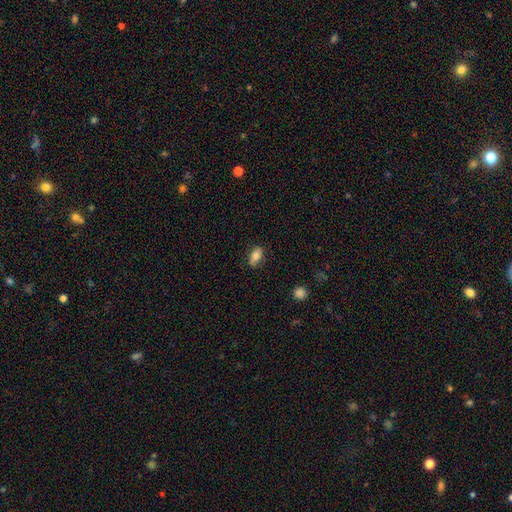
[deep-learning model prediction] A smooth galaxy with no disk features (78%) that is in between round and cigar-shaped (87%).

Vote fractions:
- Smooth or featured? smooth: 78% / featured or disk: 14% / star or artifact: 8%
- How rounded? in between: 87% / round: 7% / cigar-shaped: 6%
- Merging? none: 79% / minor disturbance: 17% / major disturbance: 3% / merger: 1%